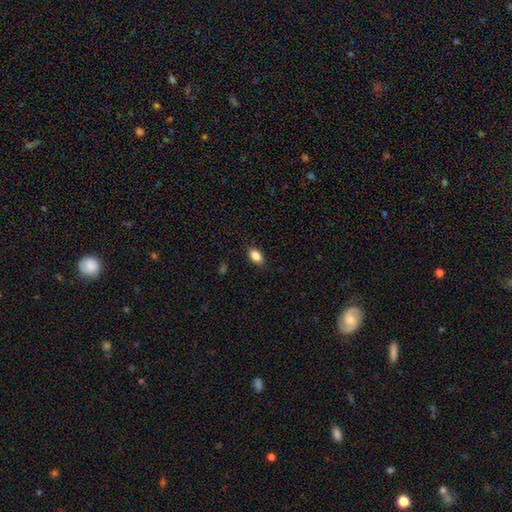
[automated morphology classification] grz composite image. It shows a smooth galaxy with no disk features (86%) that is in between round and cigar-shaped (87%). Merging: none (86%).